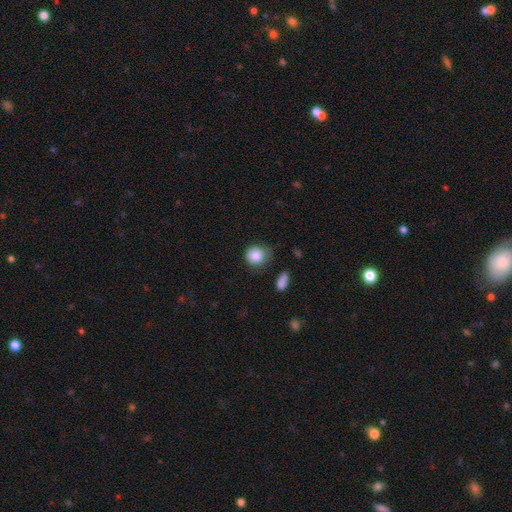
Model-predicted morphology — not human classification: Smooth or featured: smooth — 85% (star or artifact — 9%)
How rounded: round — 81% (in between — 18%)
Merging: none — 59% (minor disturbance — 30%)